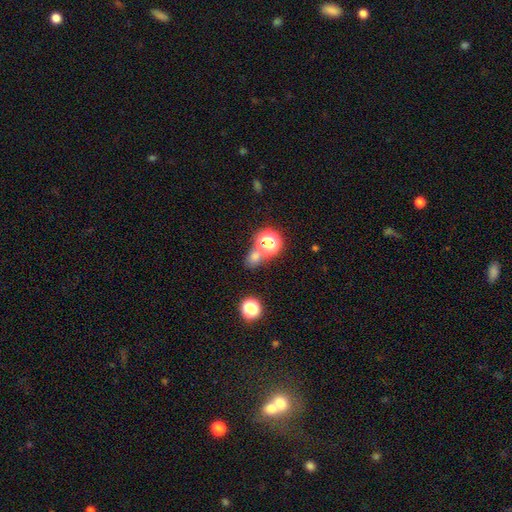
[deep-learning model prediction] smooth_or_featured: smooth (p=0.57) [alt: star or artifact p=0.35]
how_rounded: round (p=0.75) [alt: in between p=0.24]
merging: none (p=0.61) [alt: merger p=0.27]